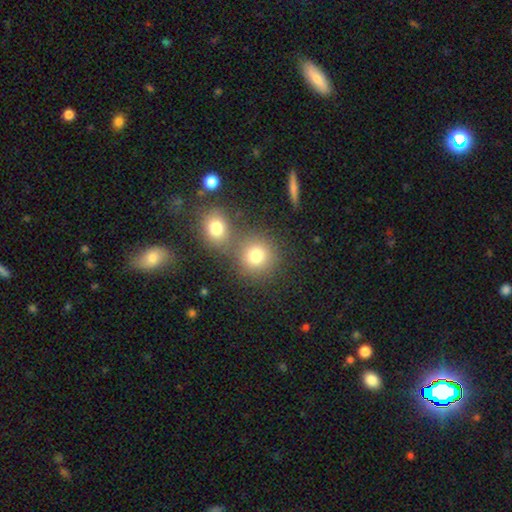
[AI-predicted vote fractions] This is likely a smooth galaxy (77%). How rounded: clearly round (88%). Merging: possibly none (55%).